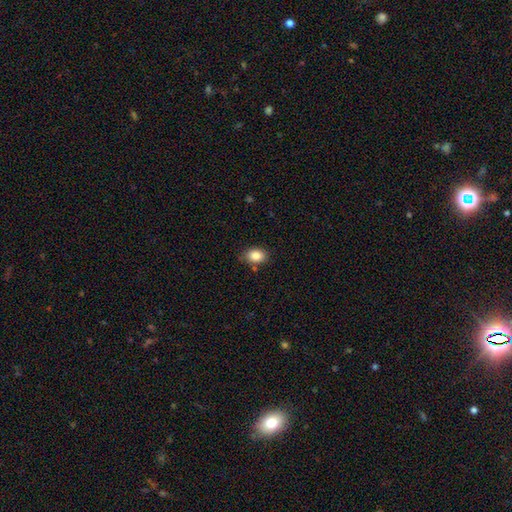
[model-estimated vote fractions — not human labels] Smooth or featured: smooth — 86% (star or artifact — 8%)
How rounded: in between — 72% (round — 27%)
Merging: none — 79% (minor disturbance — 14%)